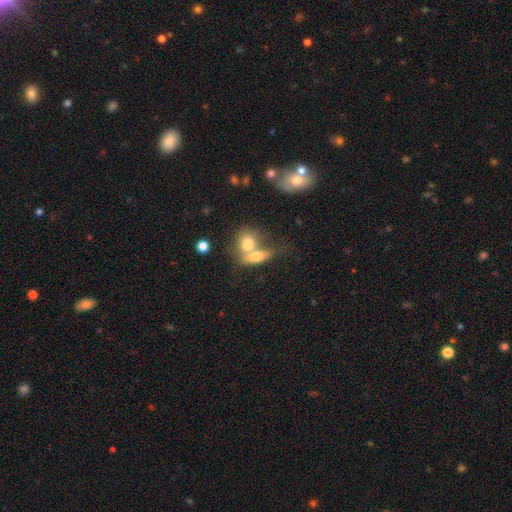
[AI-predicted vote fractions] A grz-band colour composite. It shows a smooth galaxy with no disk features (69%) that is in between round and cigar-shaped (66%). Merging: merger (61%).